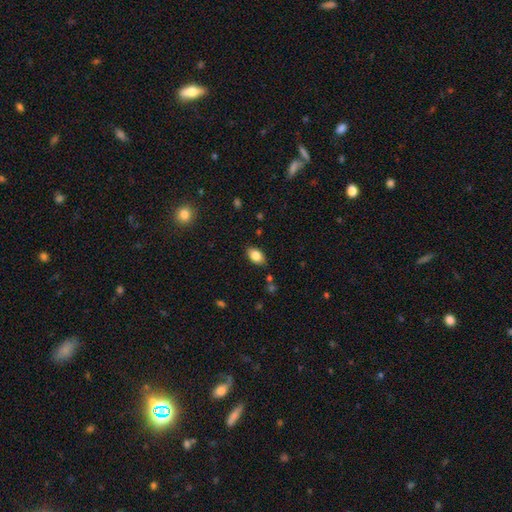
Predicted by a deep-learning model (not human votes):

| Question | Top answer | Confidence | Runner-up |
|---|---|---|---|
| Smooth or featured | smooth | 83% | featured or disk (8%) |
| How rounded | in between | 89% | round (9%) |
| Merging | none | 85% | minor disturbance (11%) |